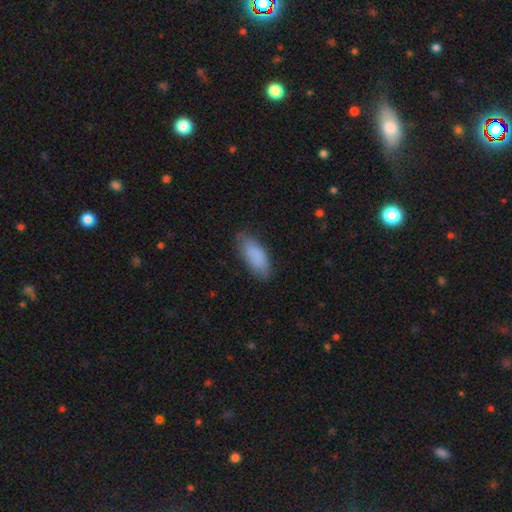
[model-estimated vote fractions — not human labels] smooth-or-featured: smooth: 88% | featured or disk: 7% | star or artifact: 6%
  how-rounded: in between: 82% | cigar-shaped: 16% | round: 2%
  merging: none: 78% | minor disturbance: 17% | major disturbance: 4% | merger: 1%